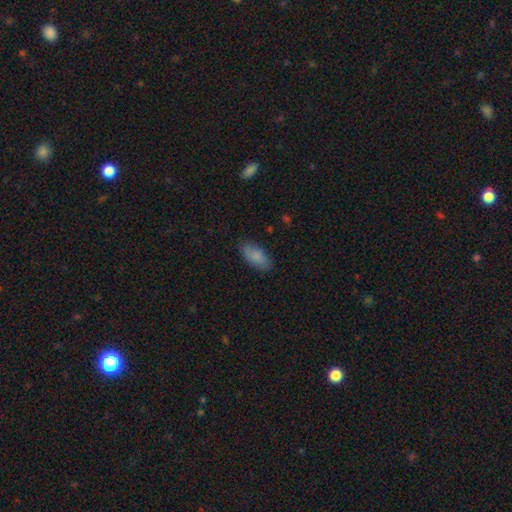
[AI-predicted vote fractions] Smooth or featured: smooth — 85% (featured or disk — 8%)
How rounded: in between — 87% (cigar-shaped — 10%)
Merging: none — 83% (minor disturbance — 13%)